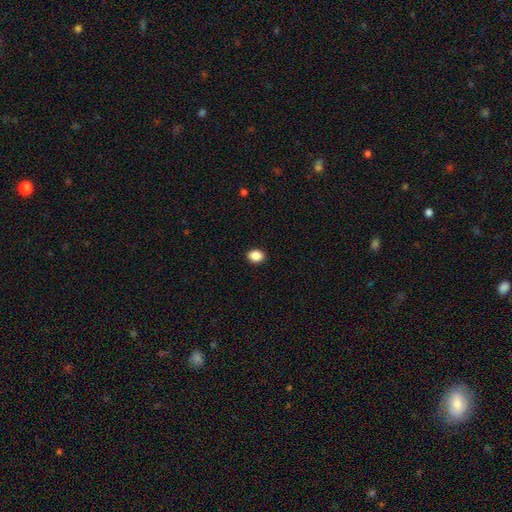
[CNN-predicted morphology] Overall: smooth (88%). How rounded: in between (60%; round 39%). Merging: none (91%).